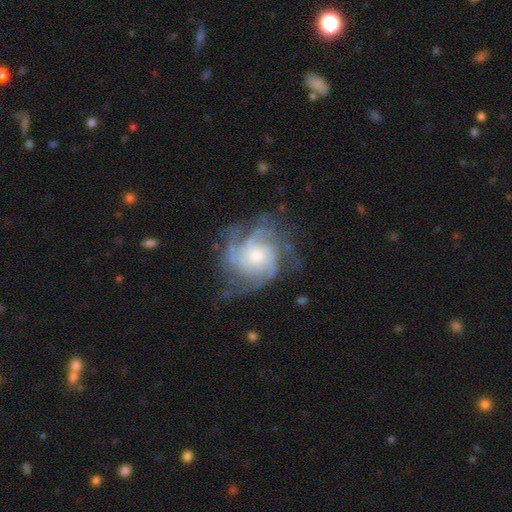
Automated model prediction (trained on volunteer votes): The model was most divided on "spiral arm count": 4: 27%, can't tell: 24%, 3: 23%, 2: 11%, more than 4: 8%, 1: 6%. More confident: edge-on disk — no (98%); spiral arms — yes (97%); smooth or featured — featured or disk (88%); bar — no (74%); merging — none (68%); spiral winding — tight (55%); bulge size — moderate (51%).